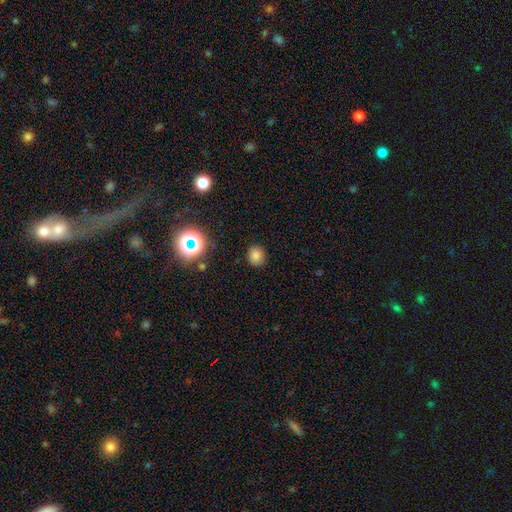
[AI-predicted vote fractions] Smooth or featured? smooth (77%)
How rounded? round (72%)
Merging? none (87%)